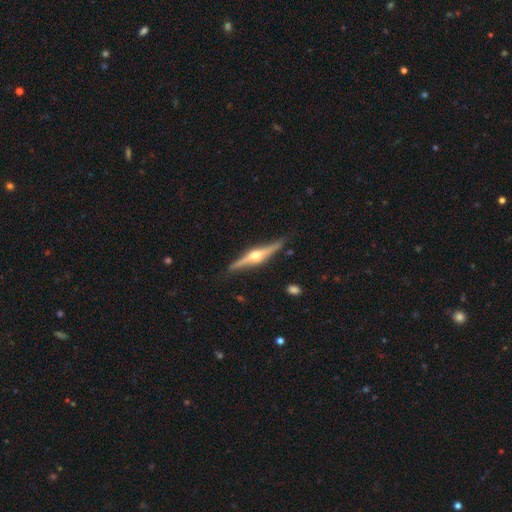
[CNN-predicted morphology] type=featured or disk (83%); edge-on=yes (98%); edge-on bulge=rounded (96%); merging=none (85%).